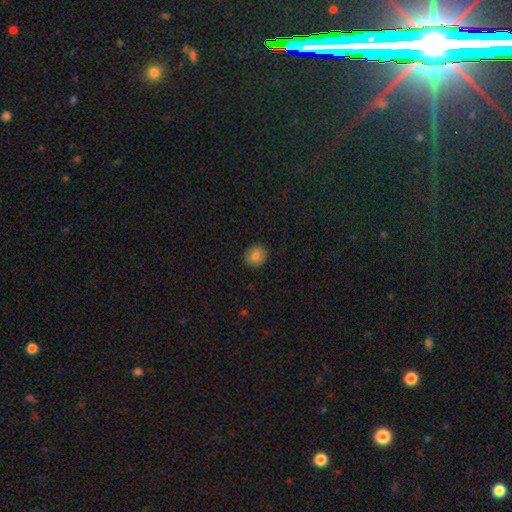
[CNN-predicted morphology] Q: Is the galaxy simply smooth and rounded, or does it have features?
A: smooth — 81%.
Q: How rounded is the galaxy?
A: round — 86%.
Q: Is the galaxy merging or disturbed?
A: none — 90%.